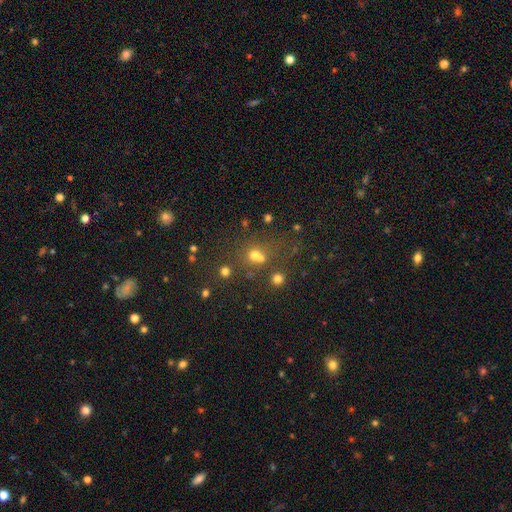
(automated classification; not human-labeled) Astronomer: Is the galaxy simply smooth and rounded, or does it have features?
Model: smooth — 57%.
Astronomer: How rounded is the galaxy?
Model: round — 81%.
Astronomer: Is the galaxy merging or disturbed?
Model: none — 52% (runner-up: merger, 33%).